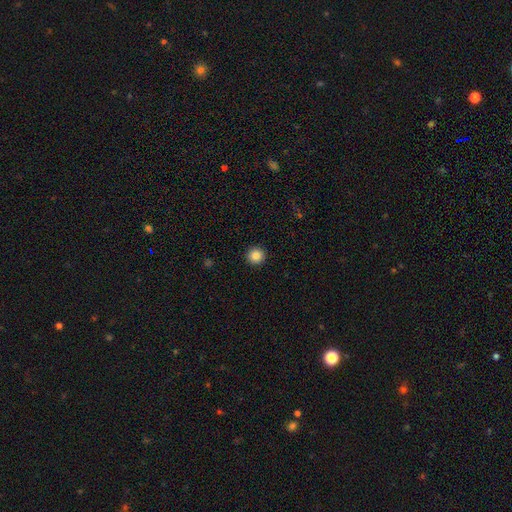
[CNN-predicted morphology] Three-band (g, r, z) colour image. It shows a smooth galaxy with no disk features (87%) that is round (96%). Merging: none (93%).